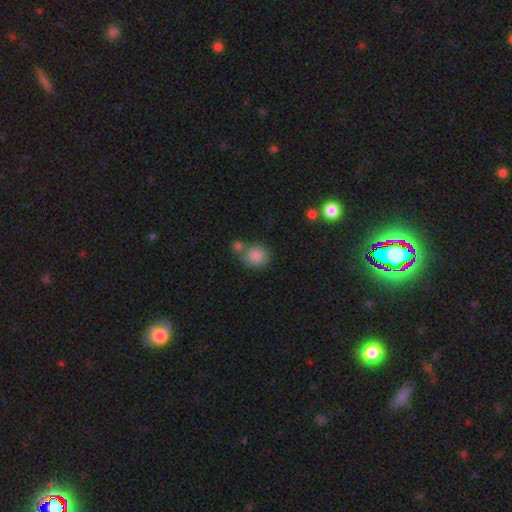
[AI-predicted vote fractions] The model was most divided on "merging": none: 51%, merger: 30%, minor disturbance: 14%, major disturbance: 5%. More confident: smooth or featured — smooth (85%); how rounded — round (77%).